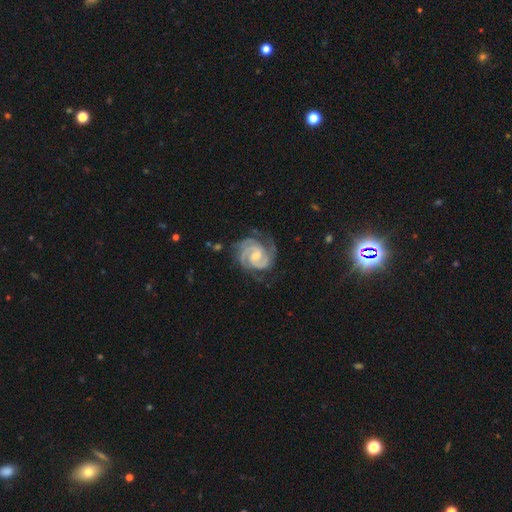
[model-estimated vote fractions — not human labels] Smooth or featured?
  - featured or disk: 93% *
  - star or artifact: 4%
  - smooth: 3%
Edge-on disk?
  - no: 98% *
  - yes: 2%
Bar?
  - weak: 47% *
  - no: 40%
  - strong: 13%
Spiral arms?
  - yes: 99% *
  - no: 1%
Spiral winding?
  - tight: 63% *
  - medium: 33%
  - loose: 4%
Spiral arm count?
  - 2: 59% *
  - 3: 26%
  - can't tell: 6%
  - 4: 4%
  - 1: 3%
  - more than 4: 3%
Bulge size?
  - small: 55% *
  - moderate: 37%
  - none: 5%
  - large: 2%
  - dominant: 1%
Merging?
  - none: 71% *
  - minor disturbance: 19%
  - major disturbance: 8%
  - merger: 2%